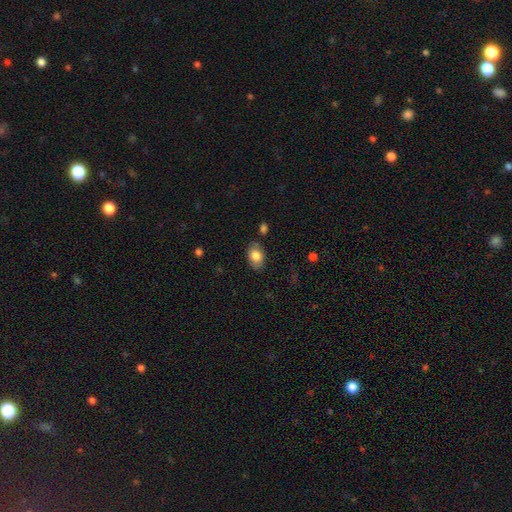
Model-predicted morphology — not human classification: smooth_or_featured: smooth (p=0.80) [alt: featured or disk p=0.13]
how_rounded: in between (p=0.89) [alt: round p=0.09]
merging: none (p=0.81) [alt: minor disturbance p=0.13]